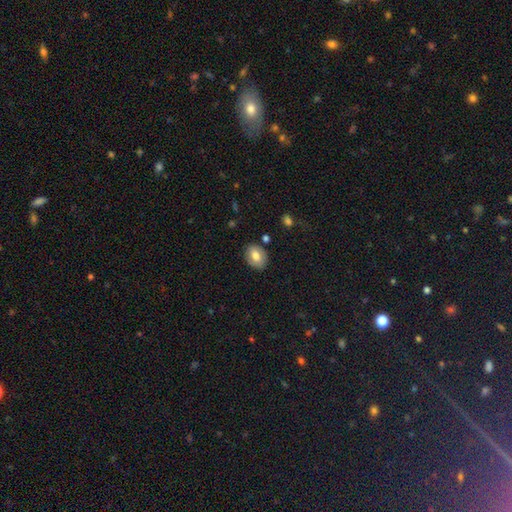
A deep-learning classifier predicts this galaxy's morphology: A smooth galaxy with no disk features (77%) that is in between round and cigar-shaped (72%).

Vote fractions:
- Smooth or featured? smooth: 77% / featured or disk: 16% / star or artifact: 7%
- How rounded? in between: 72% / round: 27% / cigar-shaped: 1%
- Merging? none: 83% / minor disturbance: 12% / major disturbance: 3% / merger: 2%